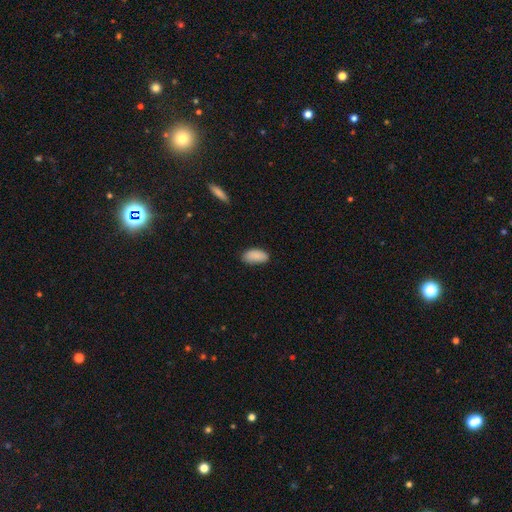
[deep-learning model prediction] Morphology: type=smooth (89%); roundness=in between (94%); merging=none (82%).